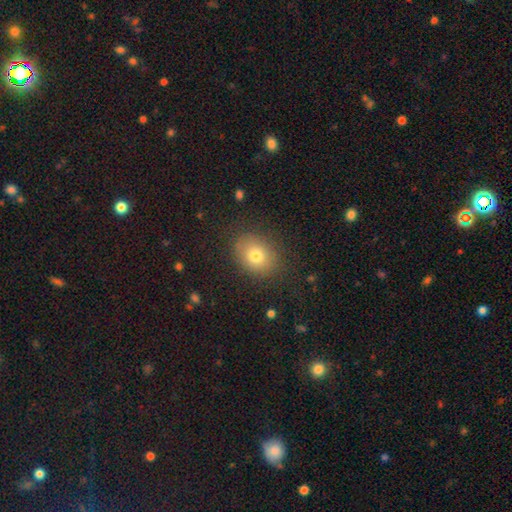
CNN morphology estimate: Smooth or featured: smooth — 76% (featured or disk — 12%)
How rounded: in between — 52% (round — 48%)
Merging: none — 83% (minor disturbance — 11%)